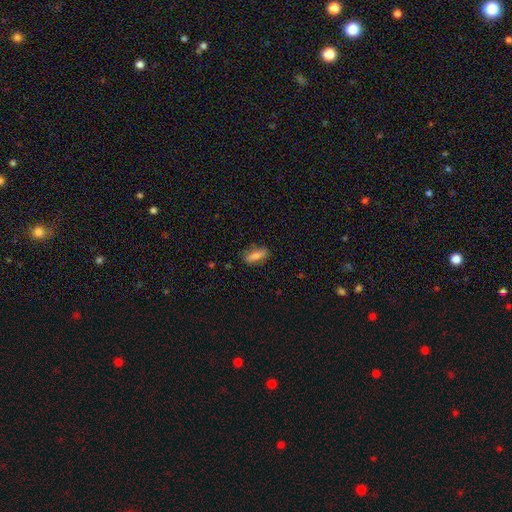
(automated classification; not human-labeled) The model was most divided on "how rounded": in between: 63%, cigar-shaped: 34%, round: 4%. More confident: merging — none (81%); smooth or featured — smooth (74%).